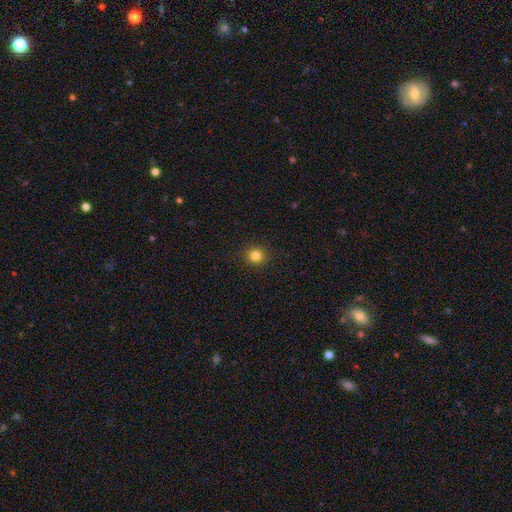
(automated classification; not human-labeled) Overall: smooth (83%). How rounded: round (91%). Merging: none (92%).